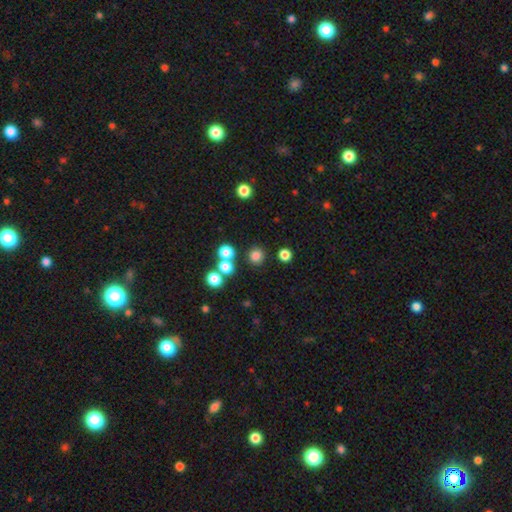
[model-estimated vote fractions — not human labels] The model was most divided on "smooth or featured": smooth: 79%, star or artifact: 16%, featured or disk: 5%. More confident: how rounded — round (92%); merging — none (82%).